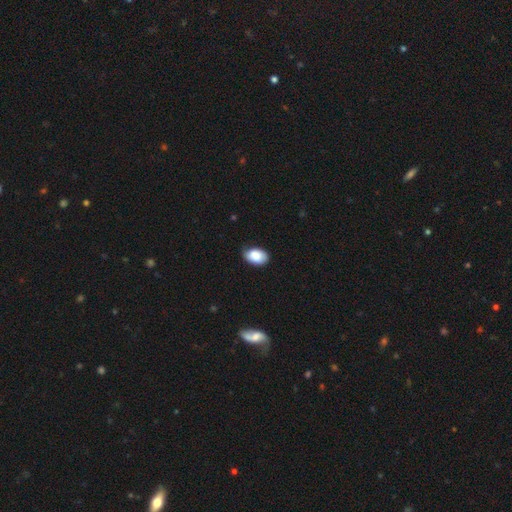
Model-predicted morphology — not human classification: smooth_or_featured: smooth (p=0.87) [alt: star or artifact p=0.07]
how_rounded: in between (p=0.89) [alt: round p=0.10]
merging: none (p=0.67) [alt: minor disturbance p=0.28]